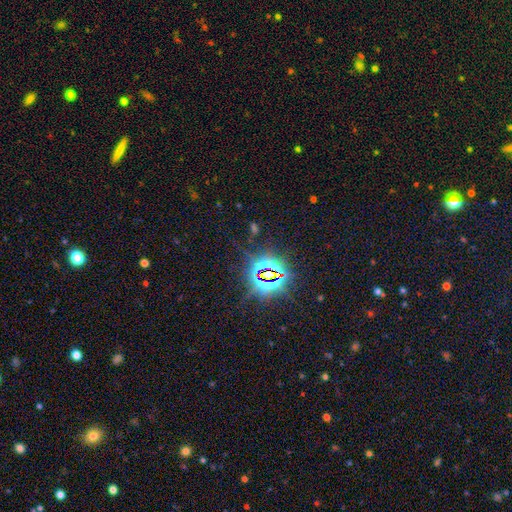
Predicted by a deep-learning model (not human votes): Smooth or featured? Predicted: star or artifact (p=0.83).